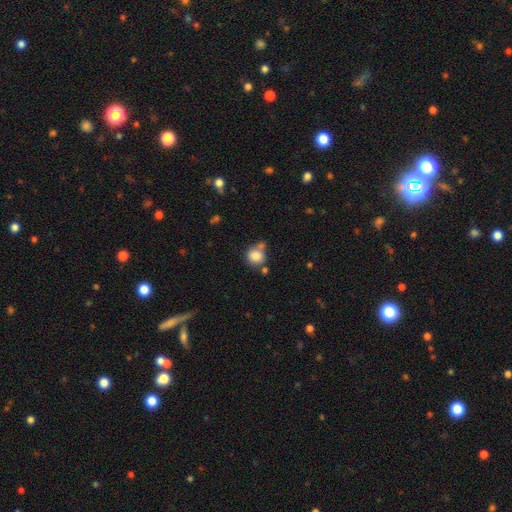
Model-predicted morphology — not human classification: smooth 83%, star or artifact 10%, featured or disk 7%. Down the decision tree: how rounded — round (87%); merging — none (59%).